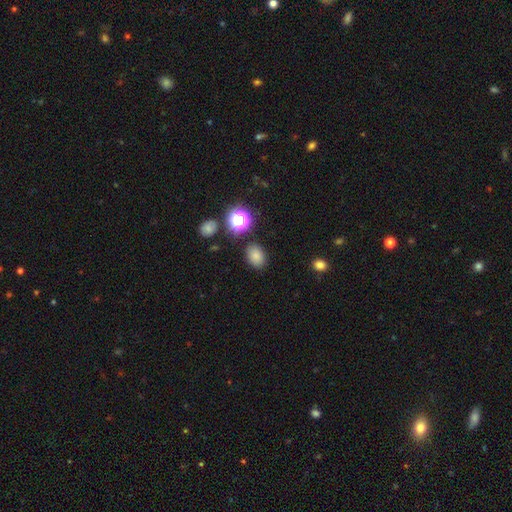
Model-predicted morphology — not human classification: Smooth or featured? Predicted: smooth (p=0.79). How rounded? Predicted: in between (p=0.71). Merging? Predicted: none (p=0.83).